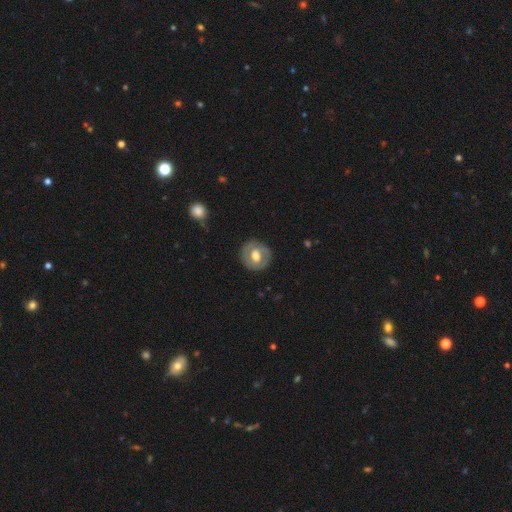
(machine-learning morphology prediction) This is possibly a featured or disk galaxy (54%). It is clearly not viewed edge-on (96%). Bar: possibly no (50%). Spiral arm pattern: likely no (62%). Central bulge: possibly moderate (55%). Merging: clearly none (83%).